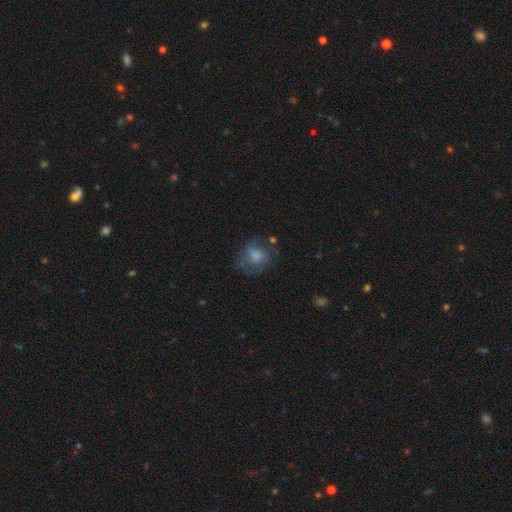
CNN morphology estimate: This appears to be a smooth galaxy with no disk features (61%) that is round (55%). Merging: none (43%).